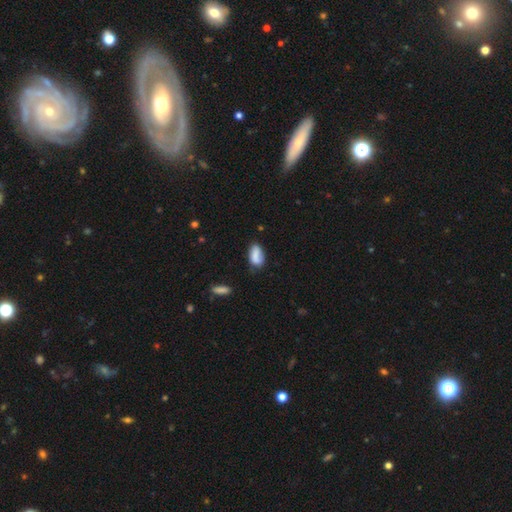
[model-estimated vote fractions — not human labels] Smooth or featured? Predicted: smooth (p=0.79). How rounded? Predicted: in between (p=0.90). Merging? Predicted: none (p=0.60).